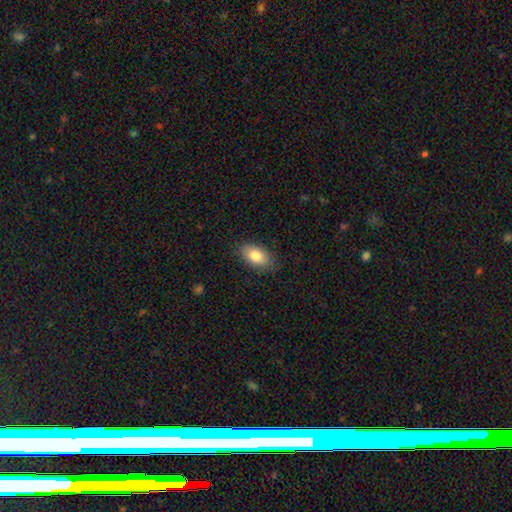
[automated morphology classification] This is clearly a smooth galaxy (82%). How rounded: clearly in between (92%). Merging: clearly none (83%).